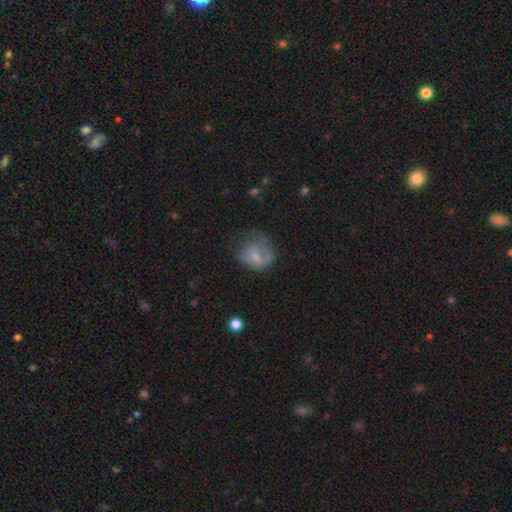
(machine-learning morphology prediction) smooth-or-featured: smooth: 55% | featured or disk: 35% | star or artifact: 11%
  how-rounded: round: 58% | in between: 41% | cigar-shaped: 1%
  merging: major disturbance: 35% (tied) | none: 35% (tied) | minor disturbance: 28% | merger: 3%